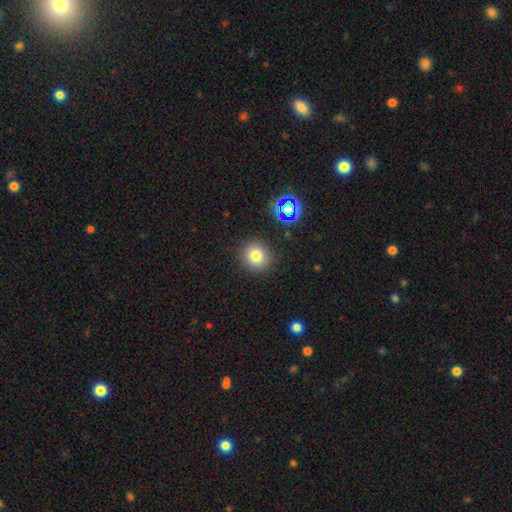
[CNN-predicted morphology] smooth-or-featured: smooth: 77% | star or artifact: 16% | featured or disk: 8%
  how-rounded: round: 90% | in between: 9% | cigar-shaped: 1%
  merging: none: 88% | minor disturbance: 7% | major disturbance: 3% | merger: 2%